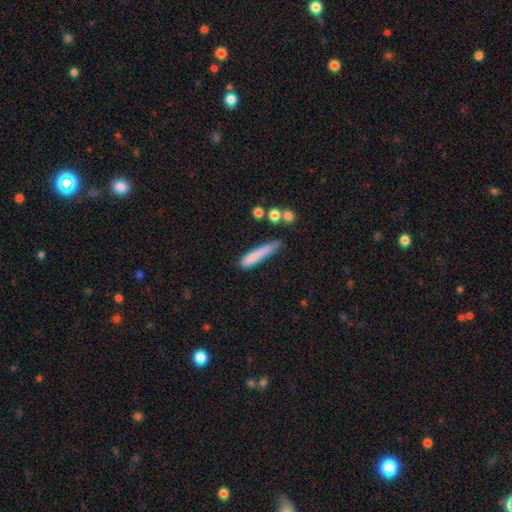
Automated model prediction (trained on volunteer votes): smooth 76%, featured or disk 16%, star or artifact 7%. Down the decision tree: how rounded — cigar-shaped (91%); merging — none (58%).